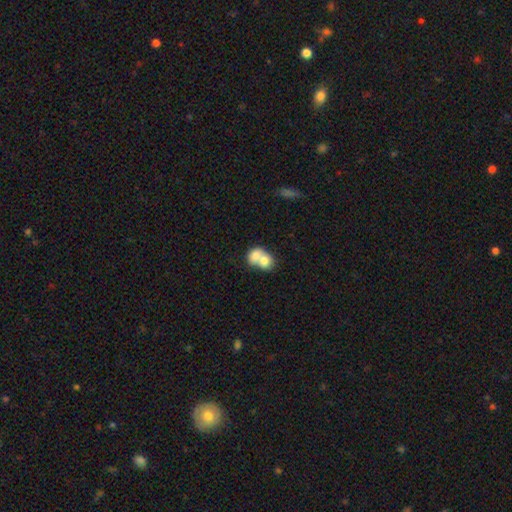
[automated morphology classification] Q: Smooth or featured?
A: smooth (72%); runner-up: featured or disk (21%)
Q: How rounded?
A: in between (52%); runner-up: round (47%)
Q: Merging?
A: merger (77%); runner-up: none (15%)